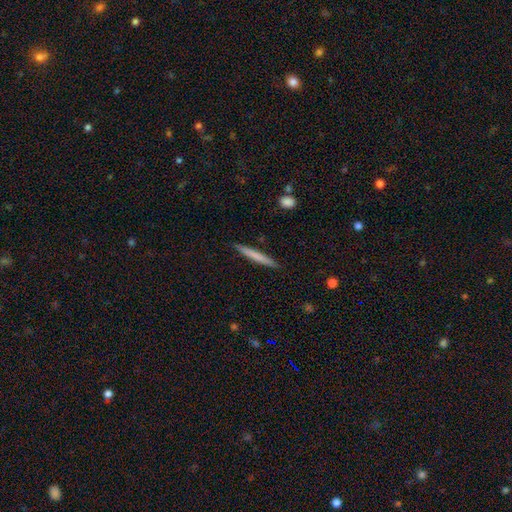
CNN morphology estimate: smooth-or-featured: smooth: 68% | featured or disk: 26% | star or artifact: 6%
  how-rounded: cigar-shaped: 96% | in between: 2% | round: 1%
  merging: none: 90% | minor disturbance: 7% | major disturbance: 1% | merger: 1%